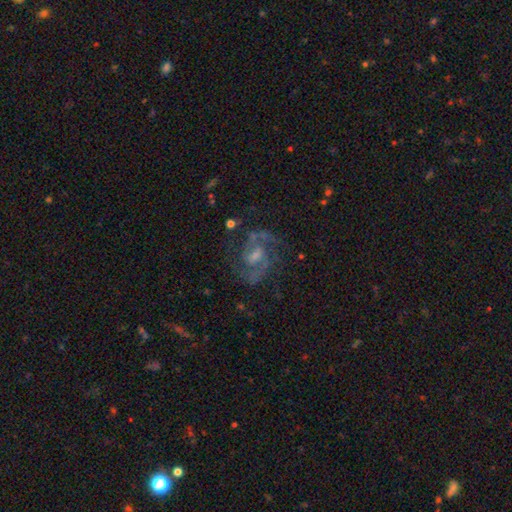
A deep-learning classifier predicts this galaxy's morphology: This appears to be a featured or disk galaxy (87%) with a weak bar (58%), 2 (83%) medium (60%) spiral arms (96%) and a small central bulge (38%). Merging: none (68%).